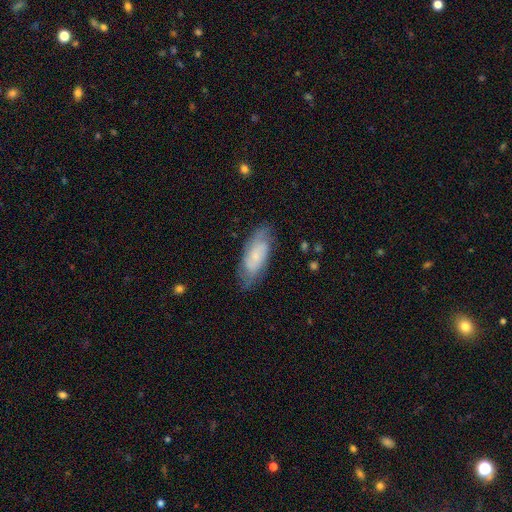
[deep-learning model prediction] This appears to be a featured or disk galaxy (54%). Merging: none (77%).